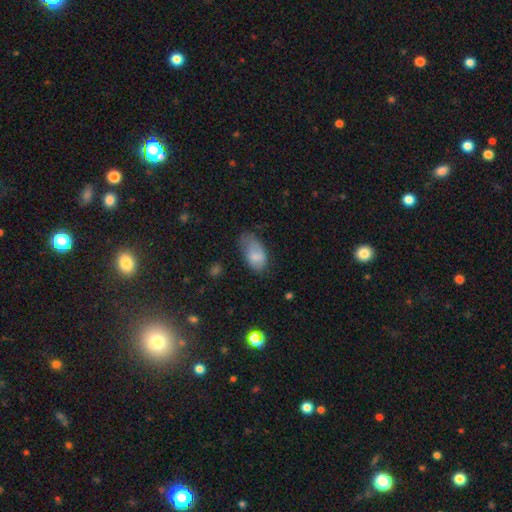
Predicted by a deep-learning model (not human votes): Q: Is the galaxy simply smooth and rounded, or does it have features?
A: smooth — 78%.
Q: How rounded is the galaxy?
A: in between — 93%.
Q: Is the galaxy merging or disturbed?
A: minor disturbance — 38%.